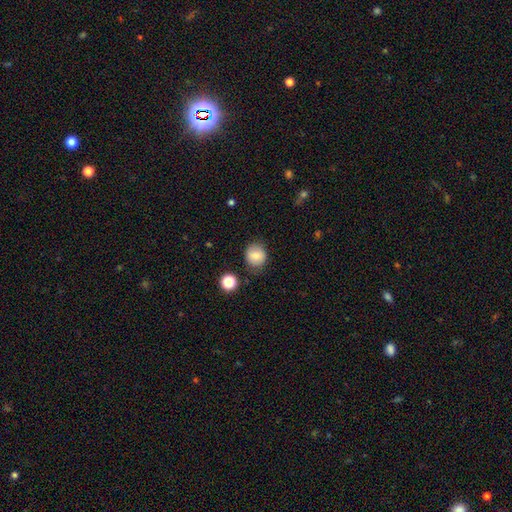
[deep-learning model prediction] smooth-or-featured: smooth: 80% | featured or disk: 10% | star or artifact: 10%
  how-rounded: round: 78% | in between: 21% | cigar-shaped: 1%
  merging: none: 79% | minor disturbance: 15% | major disturbance: 4% | merger: 3%